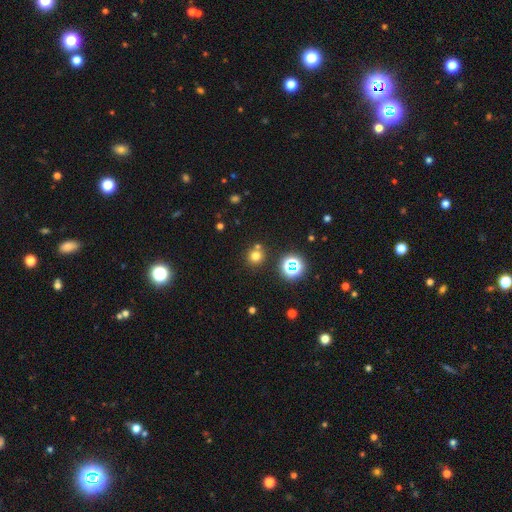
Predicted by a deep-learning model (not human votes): The model was most divided on "smooth or featured": smooth: 68%, star or artifact: 24%, featured or disk: 8%. More confident: how rounded — round (91%); merging — none (75%).